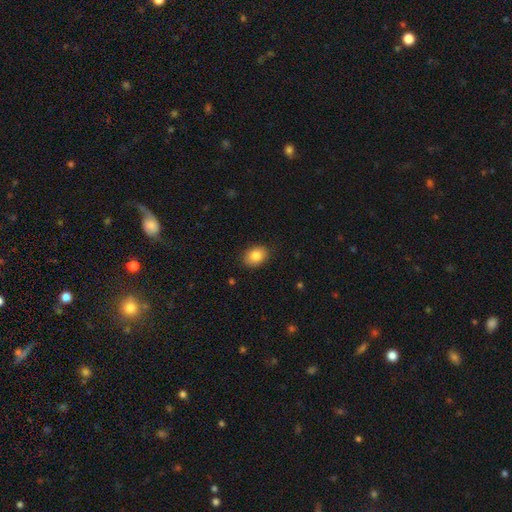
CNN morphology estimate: A smooth galaxy with no disk features (84%) that is in between round and cigar-shaped (62%). Merging: none (86%).